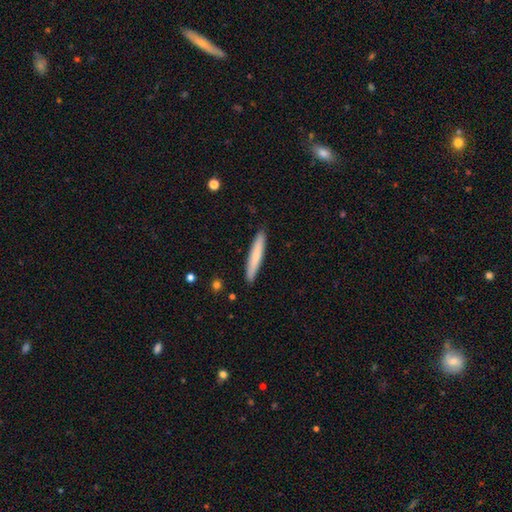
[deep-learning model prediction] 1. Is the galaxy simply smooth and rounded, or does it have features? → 75% smooth, 19% featured or disk, 5% star or artifact.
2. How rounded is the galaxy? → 94% cigar-shaped, 5% in between, 1% round.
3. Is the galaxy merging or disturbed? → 91% none, 7% minor disturbance, 1% major disturbance, 1% merger.